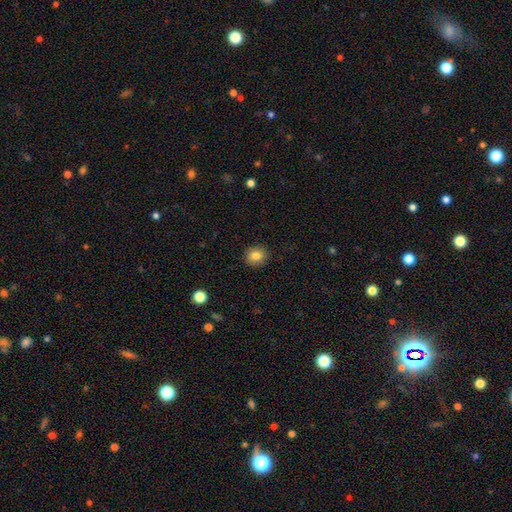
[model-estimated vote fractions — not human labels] smooth-or-featured: smooth: 84% | star or artifact: 10% | featured or disk: 7%
  how-rounded: round: 77% | in between: 22% | cigar-shaped: 1%
  merging: none: 89% | minor disturbance: 8% | major disturbance: 2% | merger: 1%